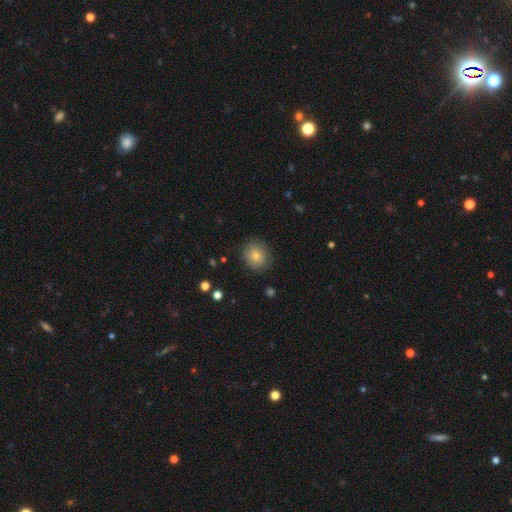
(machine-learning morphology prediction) Smooth or featured? Predicted: smooth (p=0.73). How rounded? Predicted: round (p=0.81). Merging? Predicted: none (p=0.85).